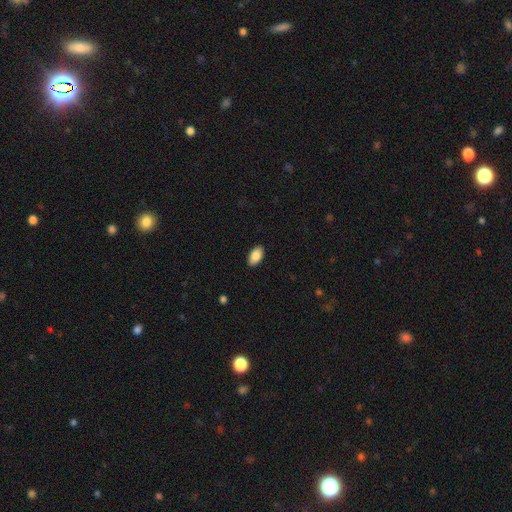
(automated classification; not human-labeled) A smooth galaxy with no disk features (87%) that is in between round and cigar-shaped (94%). Merging: none (89%).